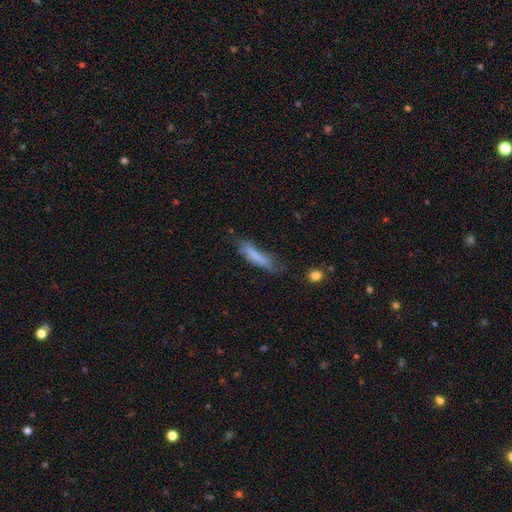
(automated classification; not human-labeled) Smooth or featured? smooth (71%)
How rounded? cigar-shaped (75%)
Merging? none (47%)